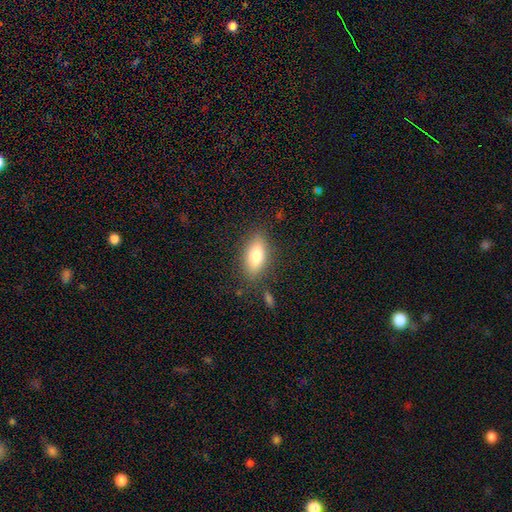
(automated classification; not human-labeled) Smooth or featured? smooth (77%)
How rounded? in between (85%)
Merging? none (81%)